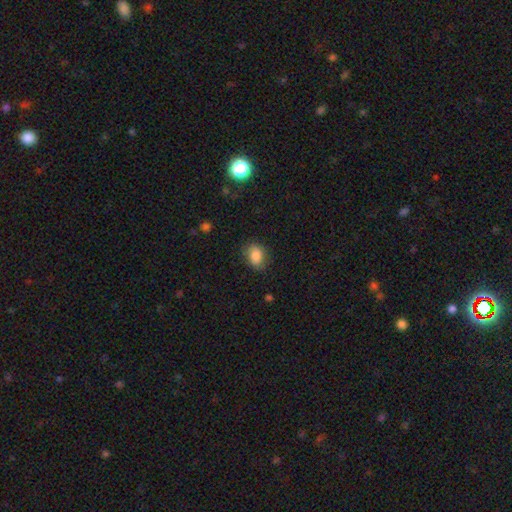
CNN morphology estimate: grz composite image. It shows a smooth galaxy with no disk features (85%) that is in between round and cigar-shaped (72%). Merging: none (79%).